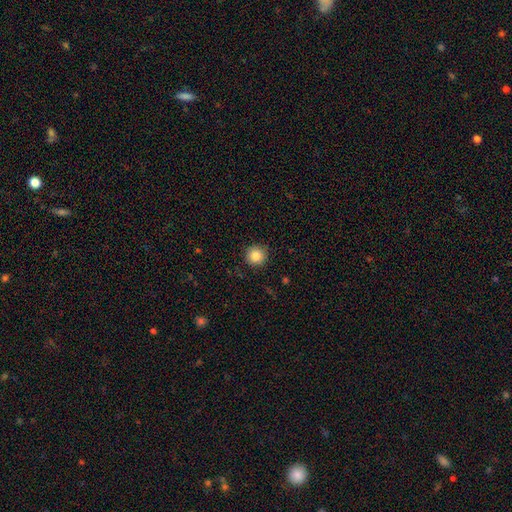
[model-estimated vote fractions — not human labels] Smooth or featured? Predicted: smooth (p=0.87). How rounded? Predicted: round (p=0.94). Merging? Predicted: none (p=0.89).